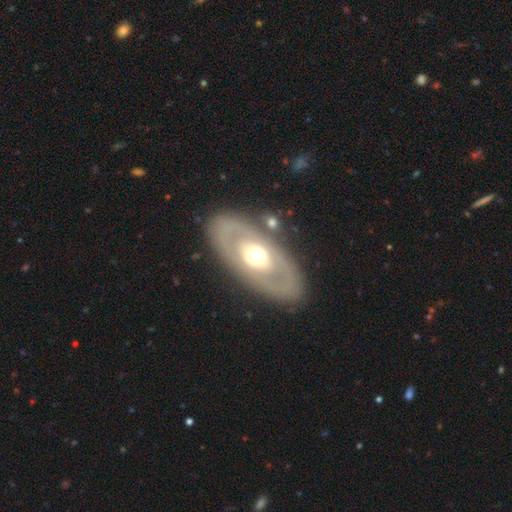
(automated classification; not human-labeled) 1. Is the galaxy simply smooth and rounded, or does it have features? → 64% featured or disk, 31% smooth, 5% star or artifact.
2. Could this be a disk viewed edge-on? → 87% no, 13% yes.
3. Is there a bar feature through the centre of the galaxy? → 85% no, 11% weak, 4% strong.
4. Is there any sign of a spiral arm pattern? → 79% no, 21% yes.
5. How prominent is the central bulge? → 66% moderate, 22% large, 8% small, 2% dominant, 1% none.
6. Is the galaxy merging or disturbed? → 82% none, 11% minor disturbance, 5% major disturbance, 3% merger.